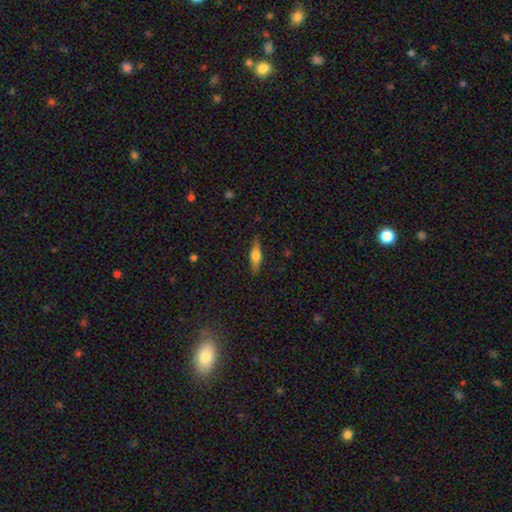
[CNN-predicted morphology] Smooth or featured: featured or disk — 52% (smooth — 41%)
Edge-on disk: yes — 93% (no — 7%)
Merging: none — 86% (minor disturbance — 11%)